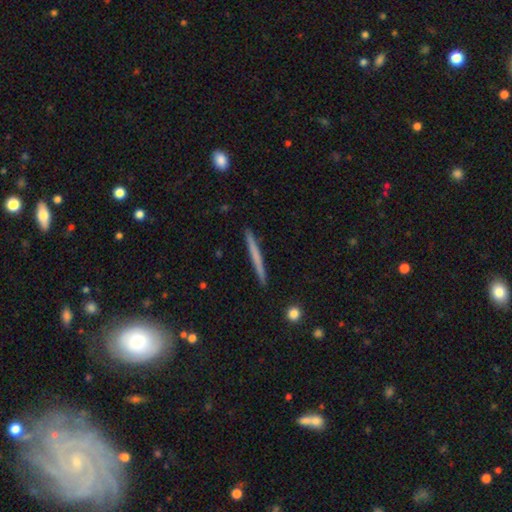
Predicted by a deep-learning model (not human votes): Smooth or featured? Predicted: smooth (p=0.54). How rounded? Predicted: cigar-shaped (p=0.97). Merging? Predicted: none (p=0.92).